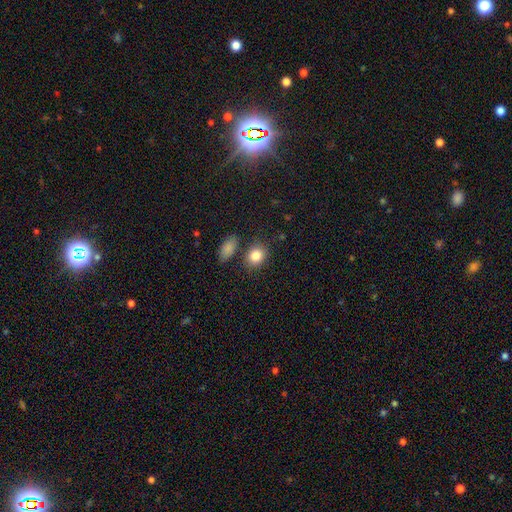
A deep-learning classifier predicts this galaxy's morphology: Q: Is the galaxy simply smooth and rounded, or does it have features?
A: smooth — 84%.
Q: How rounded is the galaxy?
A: in between — 51%.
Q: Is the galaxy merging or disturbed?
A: none — 75%.